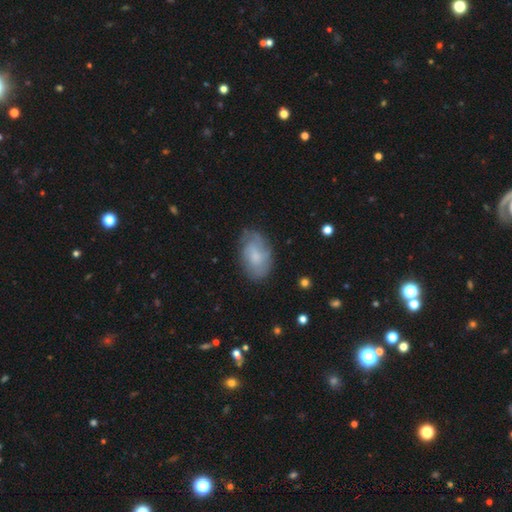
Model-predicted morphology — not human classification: A smooth galaxy with no disk features (54%) that is in between round and cigar-shaped (91%).

Vote fractions:
- Smooth or featured? smooth: 54% / featured or disk: 38% / star or artifact: 8%
- How rounded? in between: 91% / round: 8% / cigar-shaped: 2%
- Merging? none: 67% / minor disturbance: 23% / major disturbance: 8% / merger: 1%